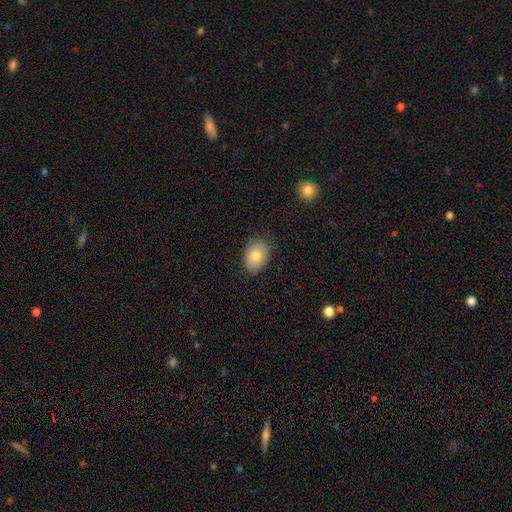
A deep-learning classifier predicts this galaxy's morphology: type=smooth (78%); roundness=in between (81%); merging=none (77%).